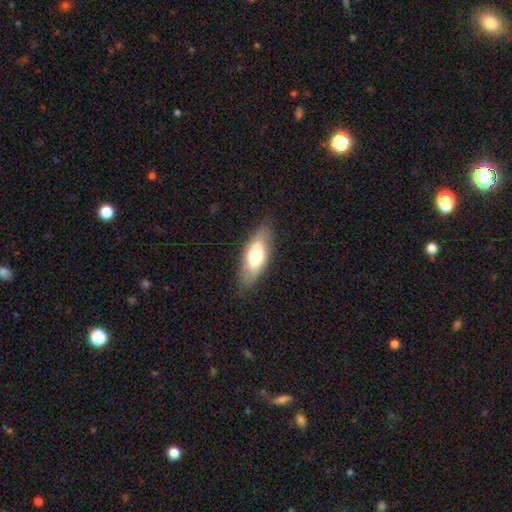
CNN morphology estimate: smooth-or-featured: smooth: 67% | featured or disk: 26% | star or artifact: 6%
  how-rounded: in between: 74% | cigar-shaped: 23% | round: 3%
  merging: none: 82% | minor disturbance: 14% | major disturbance: 3% | merger: 1%